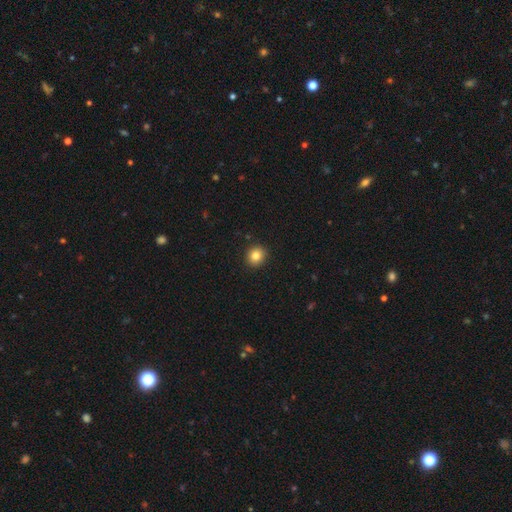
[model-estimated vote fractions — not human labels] Morphology: type=smooth (82%); roundness=round (85%); merging=none (92%).